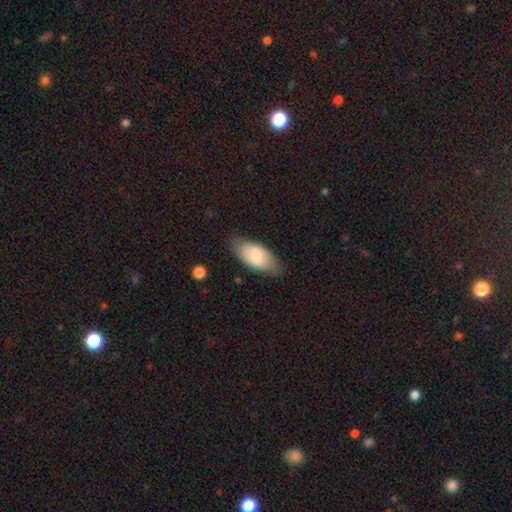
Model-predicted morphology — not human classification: This appears to be a smooth galaxy with no disk features (74%) that is in between round and cigar-shaped (89%). Merging: none (75%).